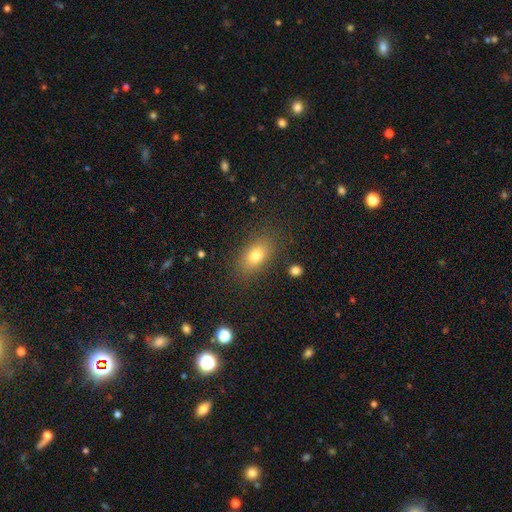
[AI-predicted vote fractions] smooth-or-featured: smooth: 78% | featured or disk: 11% | star or artifact: 10%
  how-rounded: in between: 85% | round: 10% | cigar-shaped: 5%
  merging: none: 84% | minor disturbance: 11% | major disturbance: 4% | merger: 2%